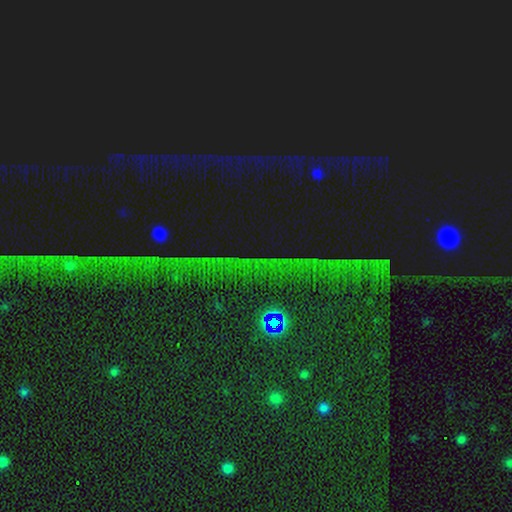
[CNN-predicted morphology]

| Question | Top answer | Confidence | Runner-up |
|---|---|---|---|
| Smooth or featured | star or artifact | 82% | smooth (9%) |